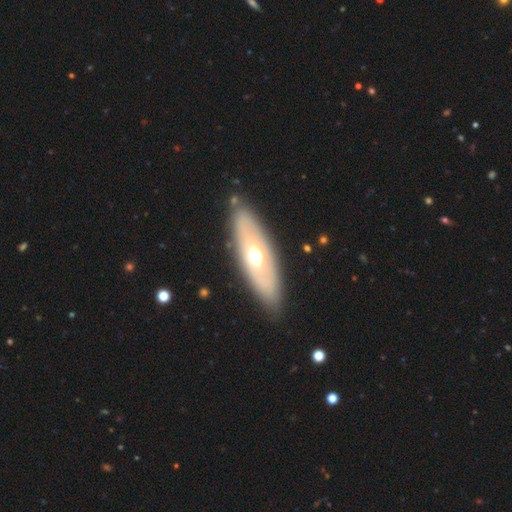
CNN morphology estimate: Overall: featured or disk (47%; smooth 46%). Merging: none (84%).